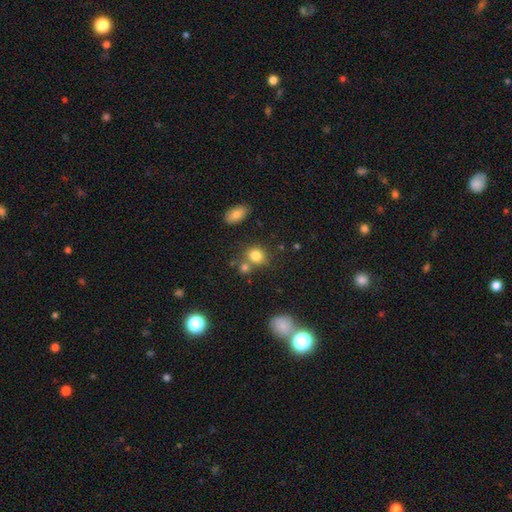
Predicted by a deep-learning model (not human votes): This is likely a smooth galaxy (80%). How rounded: likely round (65%). Merging: likely none (60%).